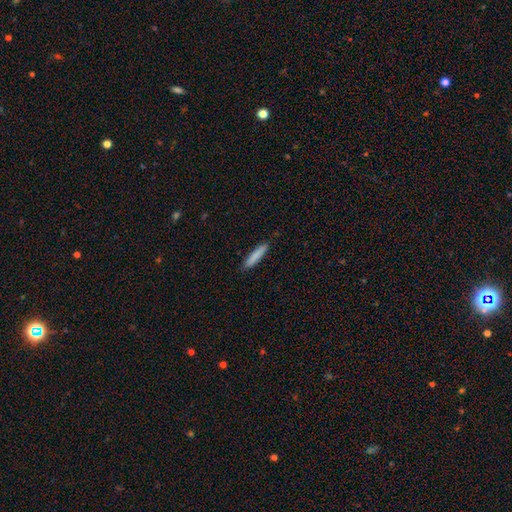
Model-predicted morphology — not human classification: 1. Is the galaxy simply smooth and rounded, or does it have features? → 84% smooth, 10% featured or disk, 6% star or artifact.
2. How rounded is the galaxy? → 90% cigar-shaped, 9% in between, 1% round.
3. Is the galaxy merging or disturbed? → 89% none, 8% minor disturbance, 2% major disturbance, 1% merger.